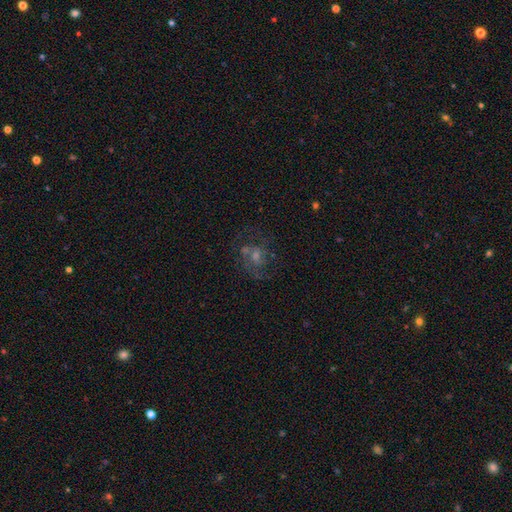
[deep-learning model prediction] This is possibly a featured or disk galaxy (58%). It is clearly not viewed edge-on (97%). Bar: likely no (64%). Spiral arm pattern: likely yes (77%). Central bulge: marginally small (41%, tied with moderate). Merging: possibly none (59%).